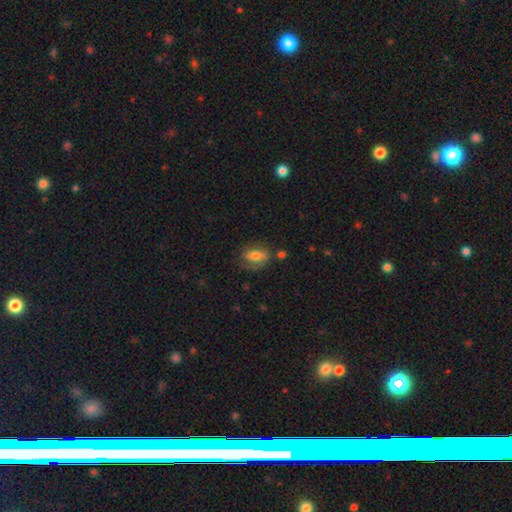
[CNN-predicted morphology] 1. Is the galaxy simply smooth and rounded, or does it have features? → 54% smooth, 38% featured or disk, 8% star or artifact.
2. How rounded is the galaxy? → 81% in between, 14% round, 5% cigar-shaped.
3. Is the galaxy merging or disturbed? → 57% none, 24% minor disturbance, 15% major disturbance, 5% merger.